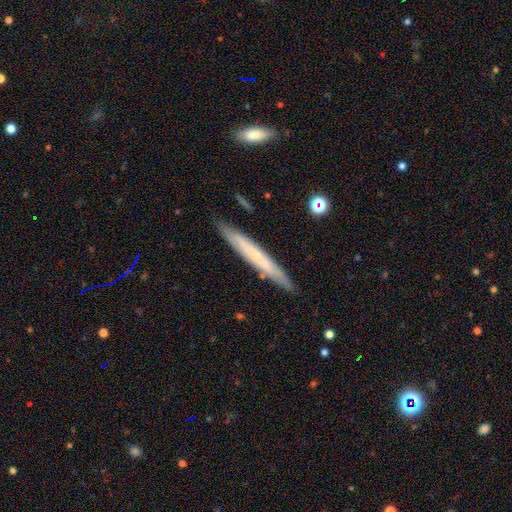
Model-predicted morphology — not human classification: Smooth or featured: smooth — 49% (featured or disk — 45%)
Merging: none — 88% (minor disturbance — 9%)